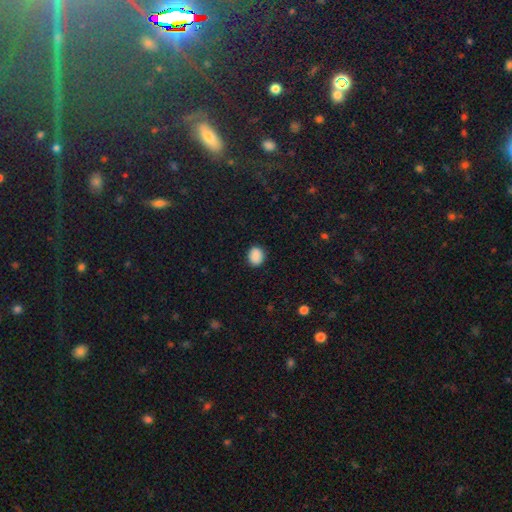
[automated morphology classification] A smooth galaxy with no disk features (89%) that is round (59%). Merging: none (88%).